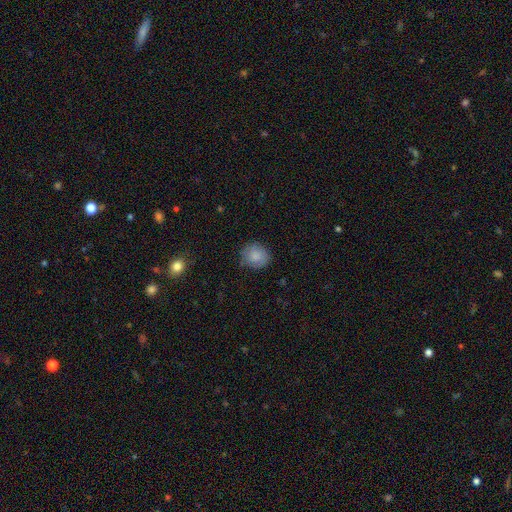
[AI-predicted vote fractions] Smooth or featured?
  - smooth: 83% *
  - featured or disk: 9%
  - star or artifact: 8%
How rounded?
  - round: 80% *
  - in between: 20%
  - cigar-shaped: 1%
Merging?
  - none: 80% *
  - minor disturbance: 16%
  - major disturbance: 4%
  - merger: 1%